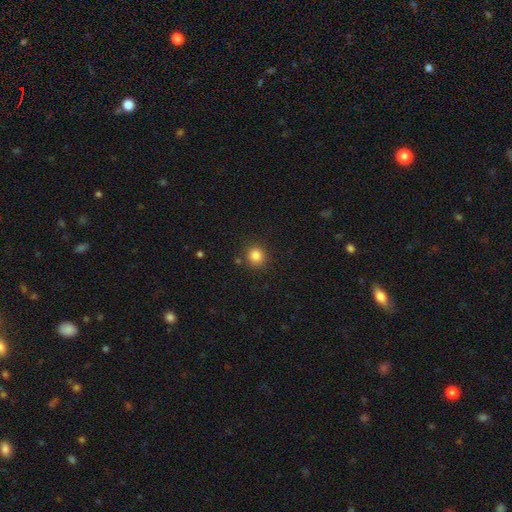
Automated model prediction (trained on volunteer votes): Q: Smooth or featured?
A: smooth (84%); runner-up: star or artifact (11%)
Q: How rounded?
A: round (88%); runner-up: in between (11%)
Q: Merging?
A: none (87%); runner-up: minor disturbance (8%)